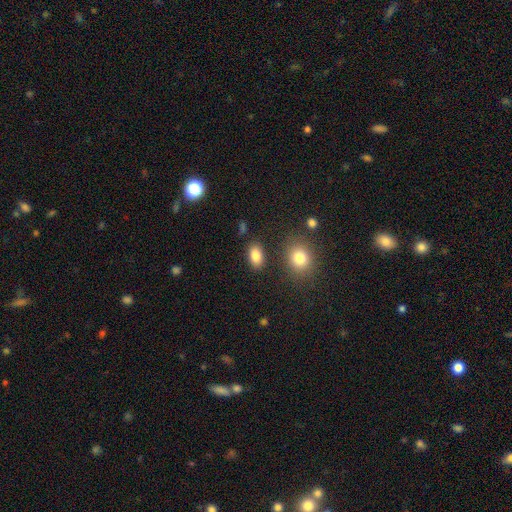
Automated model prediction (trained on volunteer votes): A smooth galaxy with no disk features (85%) that is in between round and cigar-shaped (88%).

Vote fractions:
- Smooth or featured? smooth: 85% / star or artifact: 9% / featured or disk: 6%
- How rounded? in between: 88% / round: 10% / cigar-shaped: 2%
- Merging? none: 84% / minor disturbance: 9% / merger: 4% / major disturbance: 3%